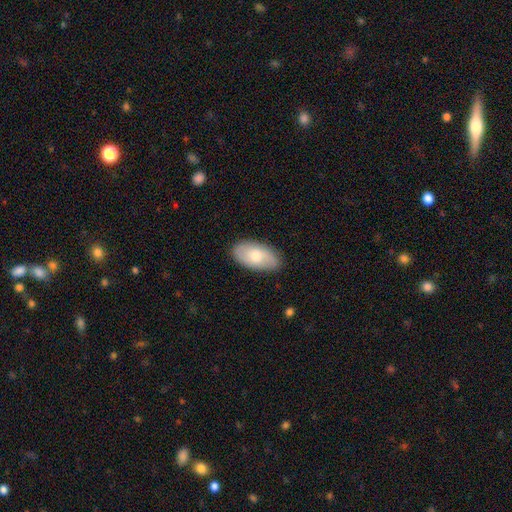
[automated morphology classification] Smooth or featured: smooth — 67% (featured or disk — 27%)
How rounded: in between — 94% (round — 3%)
Merging: none — 86% (minor disturbance — 11%)